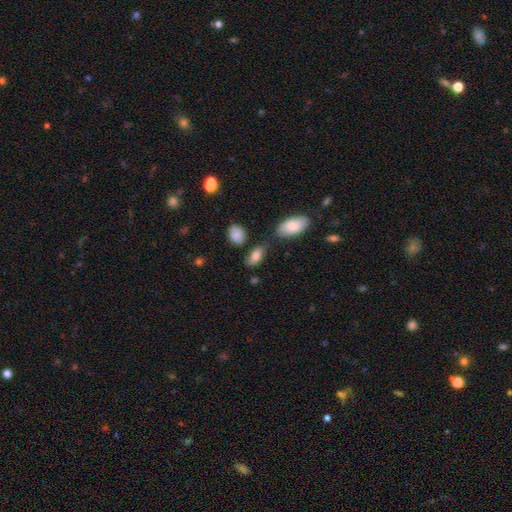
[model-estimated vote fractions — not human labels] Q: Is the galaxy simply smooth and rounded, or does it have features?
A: smooth — 81%.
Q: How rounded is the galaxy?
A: in between — 88%.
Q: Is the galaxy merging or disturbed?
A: none — 59%.